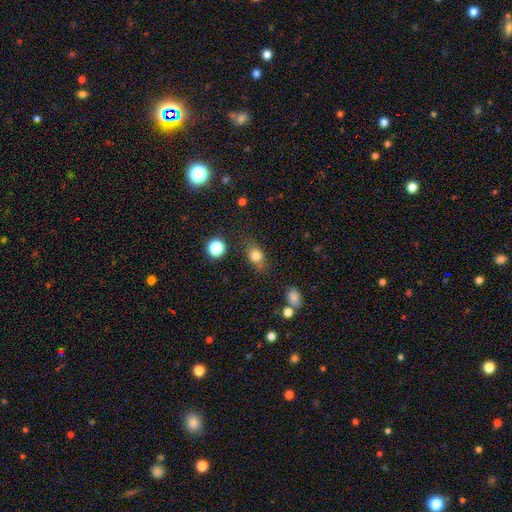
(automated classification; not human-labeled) Q: Smooth or featured?
A: smooth (78%); runner-up: star or artifact (12%)
Q: How rounded?
A: in between (62%); runner-up: round (34%)
Q: Merging?
A: none (71%); runner-up: minor disturbance (19%)